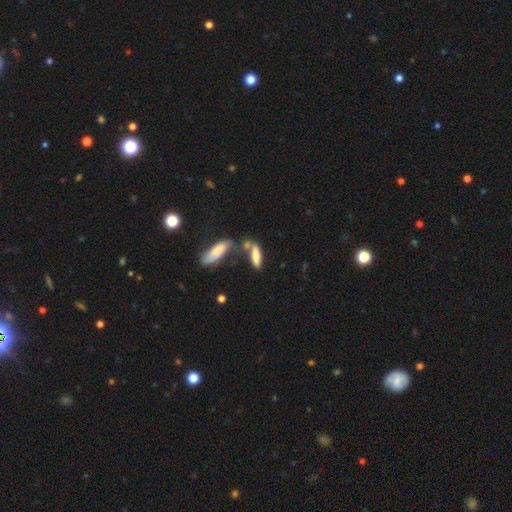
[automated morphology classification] smooth_or_featured: smooth (p=0.69) [alt: featured or disk p=0.23]
how_rounded: cigar-shaped (p=0.55) [alt: in between p=0.43]
merging: merger (p=0.40) [alt: none p=0.38]